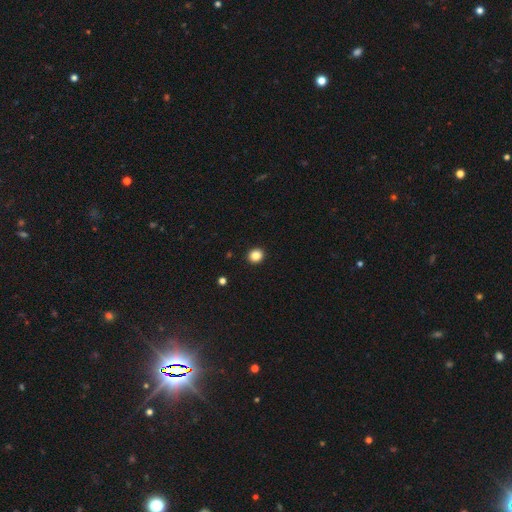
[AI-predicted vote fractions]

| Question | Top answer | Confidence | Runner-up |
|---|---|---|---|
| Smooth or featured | smooth | 85% | star or artifact (11%) |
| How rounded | round | 85% | in between (14%) |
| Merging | none | 93% | minor disturbance (4%) |